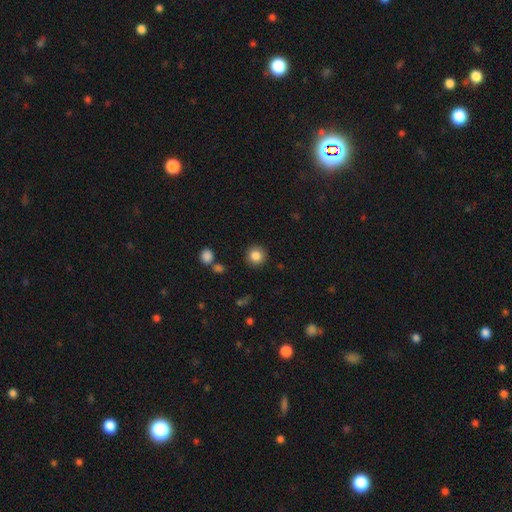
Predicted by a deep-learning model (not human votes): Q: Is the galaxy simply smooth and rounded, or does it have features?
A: smooth — 85%.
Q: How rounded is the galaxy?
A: round — 93%.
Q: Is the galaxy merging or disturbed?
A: none — 90%.